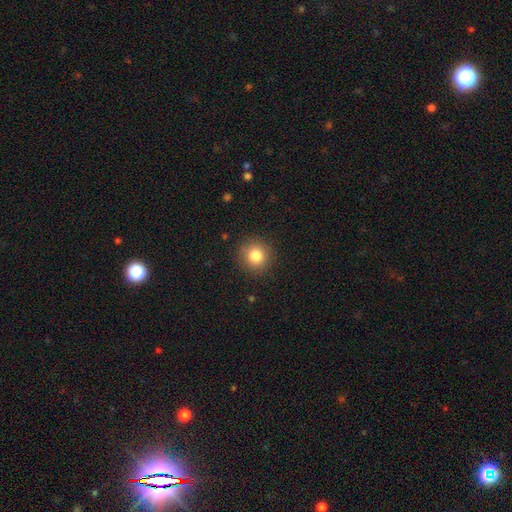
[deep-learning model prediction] This is clearly a smooth galaxy (83%). How rounded: clearly round (92%). Merging: clearly none (90%).